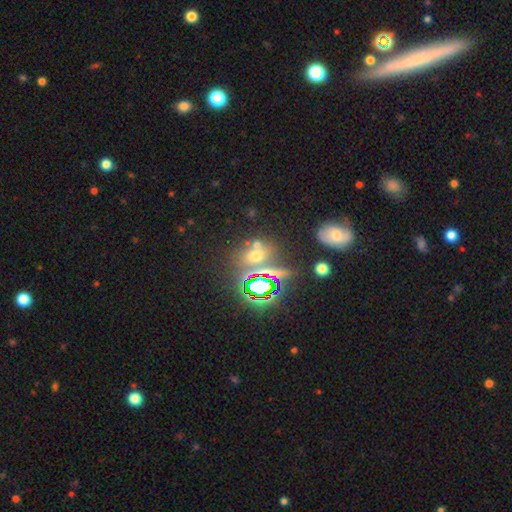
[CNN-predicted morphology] Smooth or featured? smooth (44%, tied with star or artifact)
Merging? none (65%)